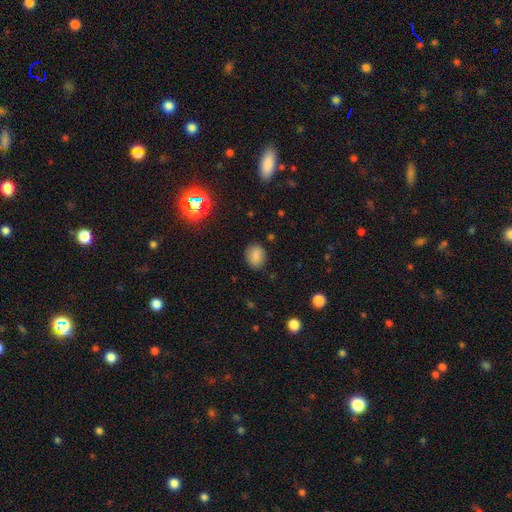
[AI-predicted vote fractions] Q: Smooth or featured?
A: smooth (82%); runner-up: star or artifact (12%)
Q: How rounded?
A: in between (51%); runner-up: round (48%)
Q: Merging?
A: none (82%); runner-up: minor disturbance (13%)